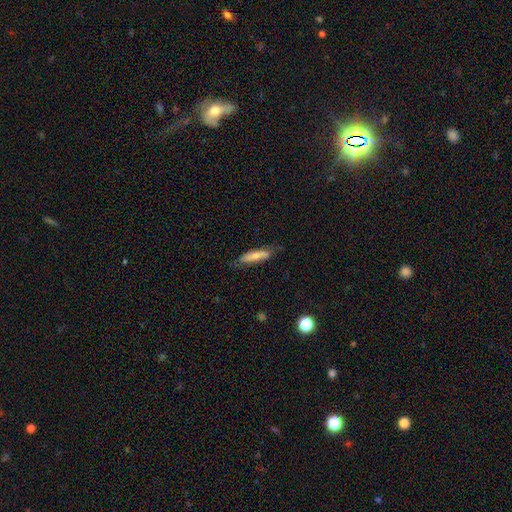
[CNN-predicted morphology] type=smooth (61%); roundness=cigar-shaped (69%); merging=none (72%).